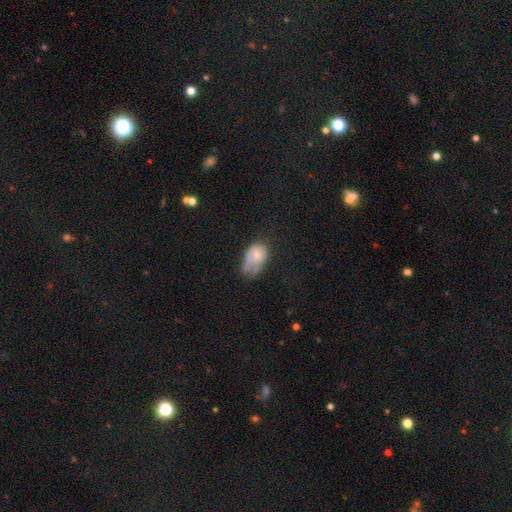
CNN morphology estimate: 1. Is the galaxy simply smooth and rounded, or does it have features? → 69% smooth, 22% featured or disk, 9% star or artifact.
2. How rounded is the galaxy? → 87% in between, 11% round, 2% cigar-shaped.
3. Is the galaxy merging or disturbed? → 36% minor disturbance, 35% major disturbance, 23% none, 6% merger.